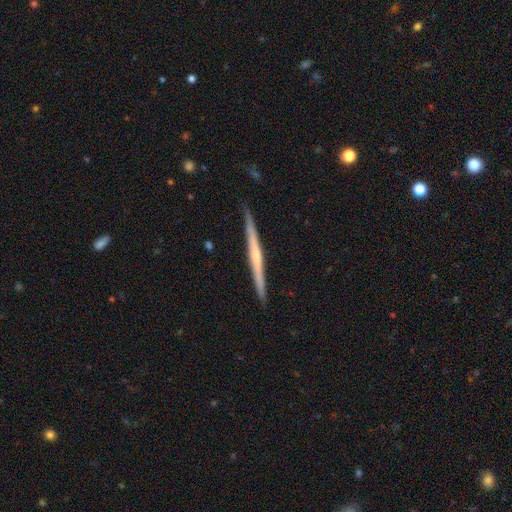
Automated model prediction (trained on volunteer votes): A featured or disk galaxy (70%) viewed edge-on (98%) with no central bulge (50%).

Vote fractions:
- Smooth or featured? featured or disk: 70% / smooth: 25% / star or artifact: 6%
- Edge-on disk? yes: 98% / no: 2%
- Edge-on bulge? none: 50% / rounded: 43% / boxy: 7%
- Merging? none: 91% / minor disturbance: 7% / major disturbance: 1% / merger: 1%